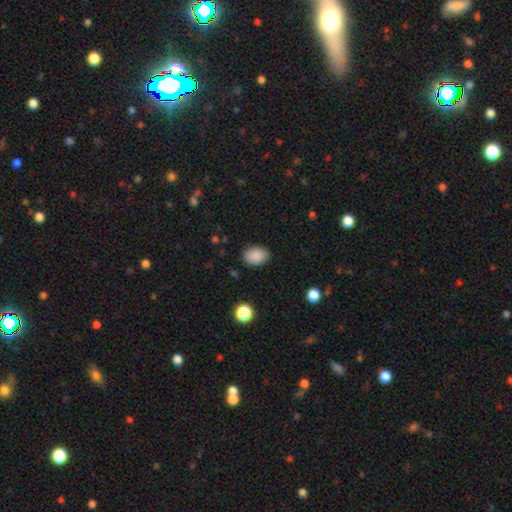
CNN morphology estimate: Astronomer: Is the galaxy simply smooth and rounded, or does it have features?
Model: smooth — 88%.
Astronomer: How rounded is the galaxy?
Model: in between — 78%.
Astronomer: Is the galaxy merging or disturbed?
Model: none — 87%.